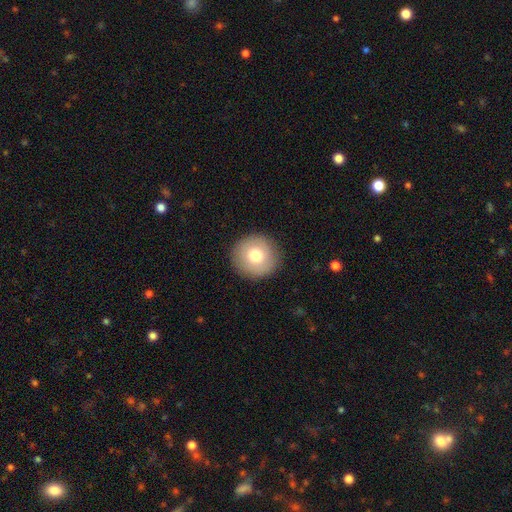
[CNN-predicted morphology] This is likely a smooth galaxy (76%). How rounded: clearly round (94%). Merging: clearly none (91%).